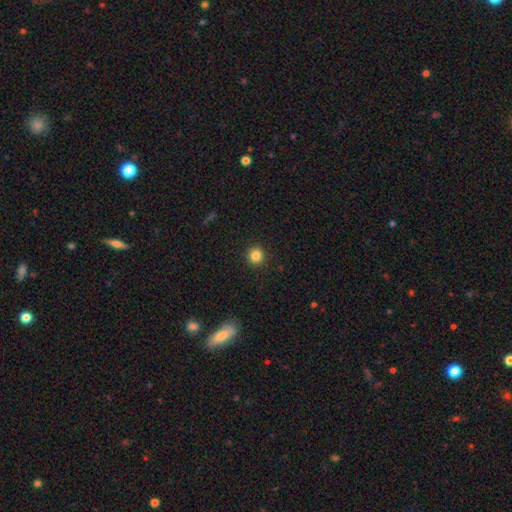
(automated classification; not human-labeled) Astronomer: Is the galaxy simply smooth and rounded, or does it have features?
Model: smooth — 84%.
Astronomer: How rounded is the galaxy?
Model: round — 92%.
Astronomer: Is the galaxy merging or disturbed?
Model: none — 92%.